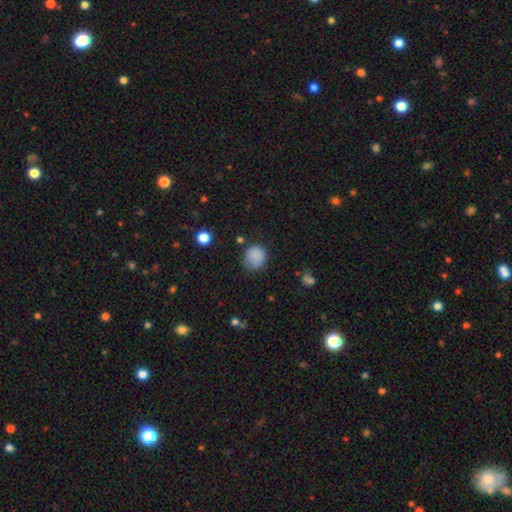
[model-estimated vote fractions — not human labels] Smooth or featured?
  - smooth: 84% *
  - star or artifact: 10%
  - featured or disk: 5%
How rounded?
  - round: 81% *
  - in between: 18%
  - cigar-shaped: 1%
Merging?
  - none: 68% *
  - minor disturbance: 24%
  - major disturbance: 6%
  - merger: 3%